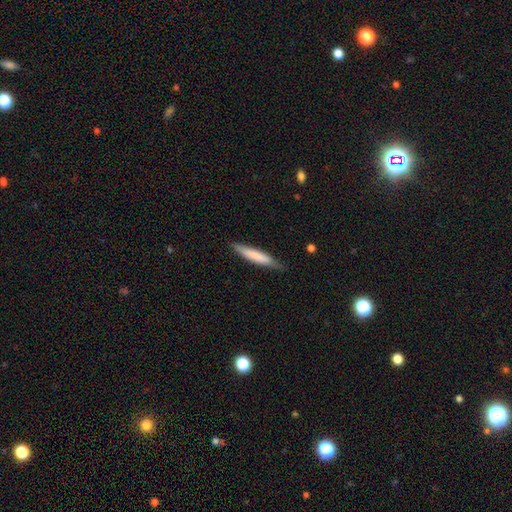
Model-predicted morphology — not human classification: A smooth galaxy with no disk features (75%) that is cigar-shaped (89%). Merging: none (81%).